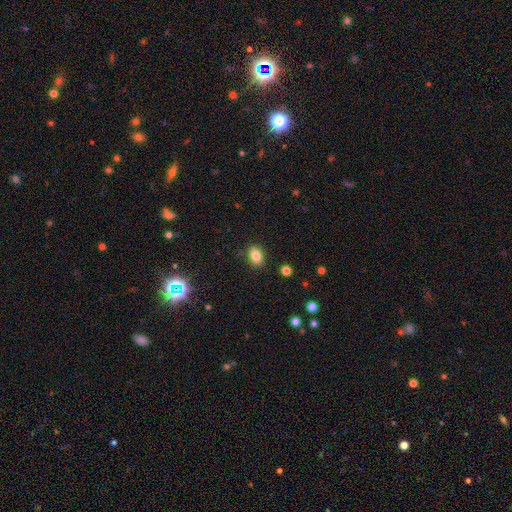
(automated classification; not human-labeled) smooth_or_featured: smooth (p=0.82) [alt: star or artifact p=0.11]
how_rounded: in between (p=0.74) [alt: round p=0.25]
merging: none (p=0.88) [alt: minor disturbance p=0.09]